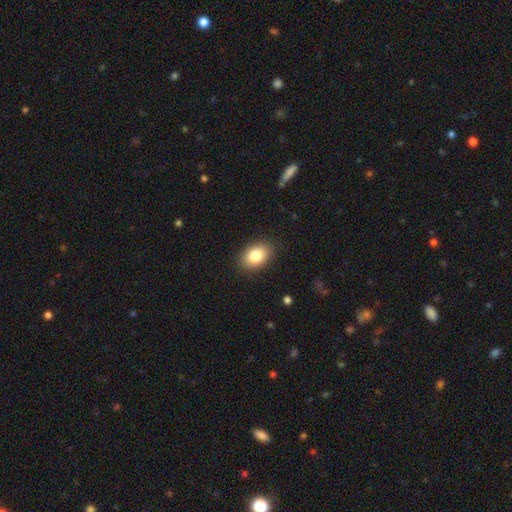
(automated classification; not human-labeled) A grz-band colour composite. It shows a smooth galaxy with no disk features (84%) that is in between round and cigar-shaped (81%). Merging: none (89%).